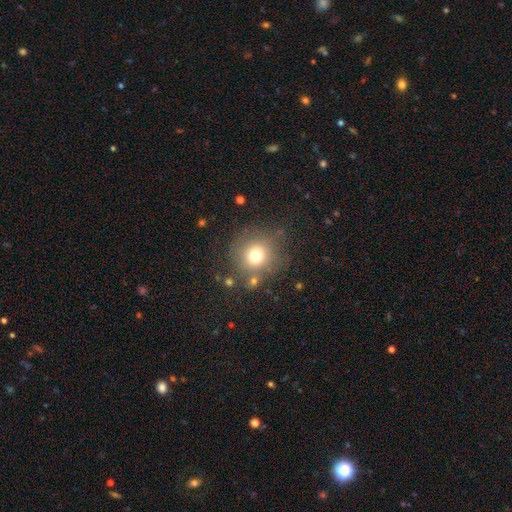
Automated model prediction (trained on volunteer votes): smooth_or_featured: smooth (p=0.73) [alt: star or artifact p=0.15]
how_rounded: round (p=0.90) [alt: in between p=0.09]
merging: none (p=0.77) [alt: minor disturbance p=0.12]